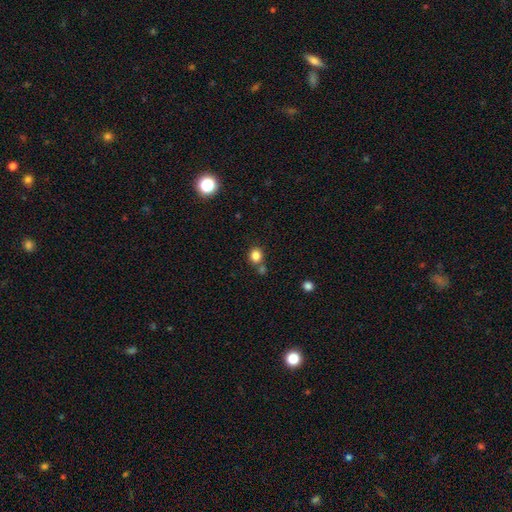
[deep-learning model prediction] smooth_or_featured: smooth (p=0.83) [alt: star or artifact p=0.12]
how_rounded: round (p=0.78) [alt: in between p=0.21]
merging: none (p=0.68) [alt: merger p=0.19]